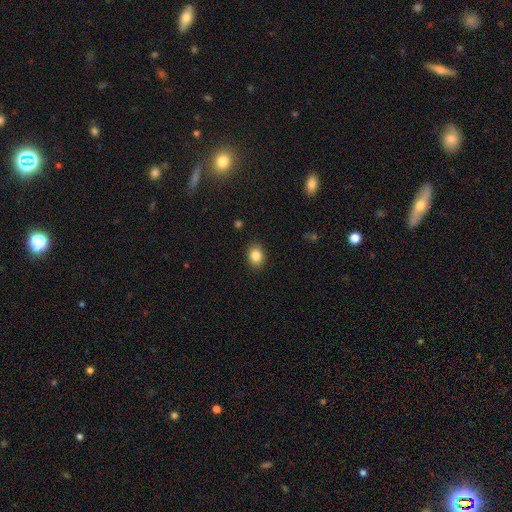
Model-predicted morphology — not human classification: Overall: smooth (84%). How rounded: in between (61%; round 38%). Merging: none (87%).